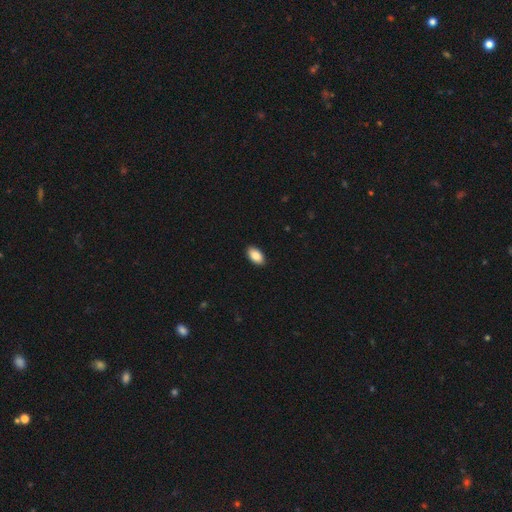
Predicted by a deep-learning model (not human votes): Smooth or featured? Predicted: smooth (p=0.88). How rounded? Predicted: in between (p=0.95). Merging? Predicted: none (p=0.90).